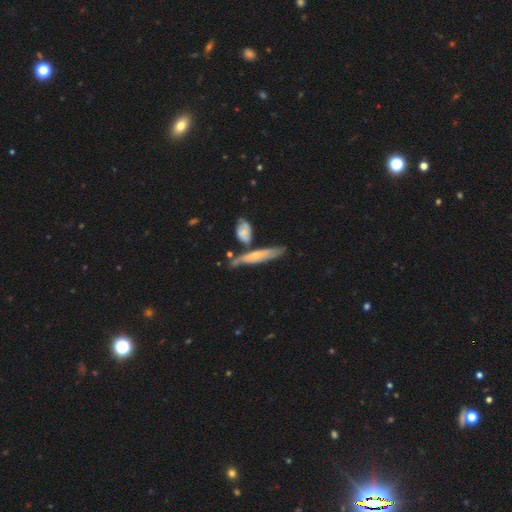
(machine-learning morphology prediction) featured or disk 49%, smooth 46%, star or artifact 5%. Down the decision tree: merging — none (55%).